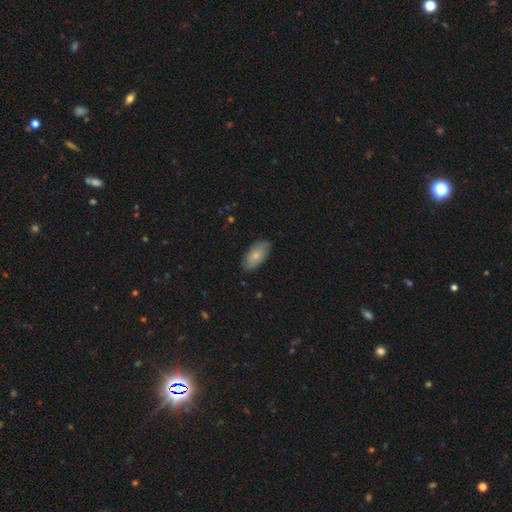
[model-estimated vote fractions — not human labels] The model was most divided on "smooth or featured": smooth: 79%, featured or disk: 16%, star or artifact: 6%. More confident: how rounded — in between (92%); merging — none (84%).